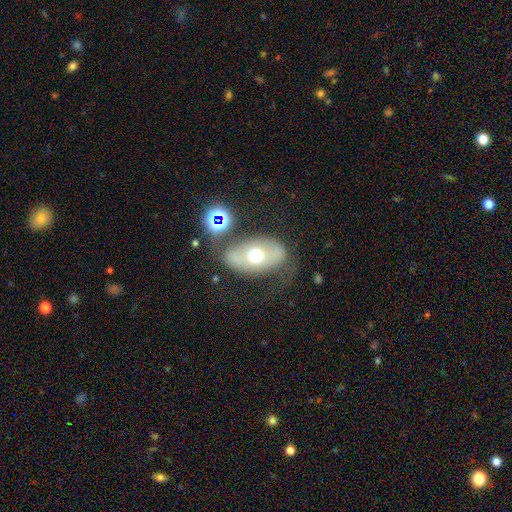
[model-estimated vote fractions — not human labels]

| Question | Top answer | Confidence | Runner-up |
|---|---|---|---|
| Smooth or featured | smooth | 45% | featured or disk (44%) |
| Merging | none | 58% | minor disturbance (20%) |